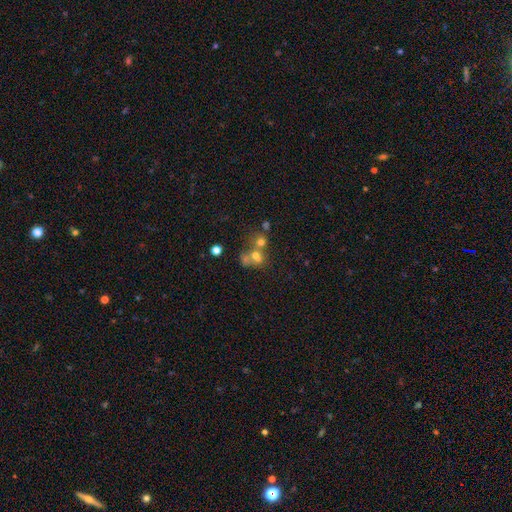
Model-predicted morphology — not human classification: This is possibly a smooth galaxy (59%). How rounded: likely round (60%). Merging: possibly merger (59%).